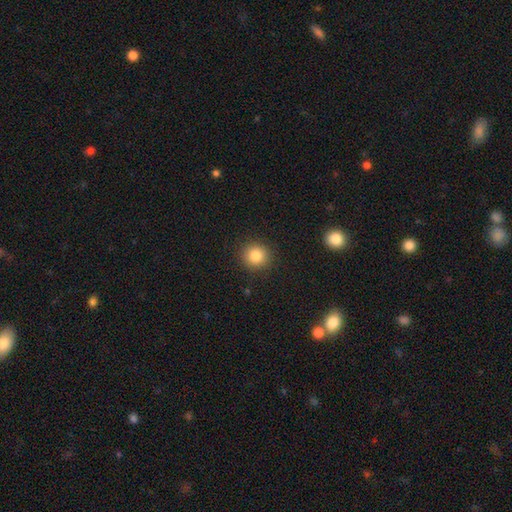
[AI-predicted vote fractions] A smooth galaxy with no disk features (83%) that is round (92%).

Vote fractions:
- Smooth or featured? smooth: 83% / star or artifact: 11% / featured or disk: 6%
- How rounded? round: 92% / in between: 7% / cigar-shaped: 1%
- Merging? none: 91% / minor disturbance: 6% / major disturbance: 2% / merger: 1%